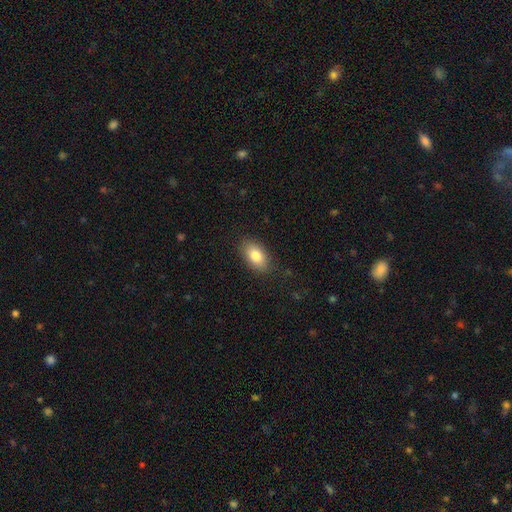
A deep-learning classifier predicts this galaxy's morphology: smooth_or_featured: smooth (p=0.83) [alt: featured or disk p=0.10]
how_rounded: in between (p=0.91) [alt: round p=0.06]
merging: none (p=0.85) [alt: minor disturbance p=0.12]